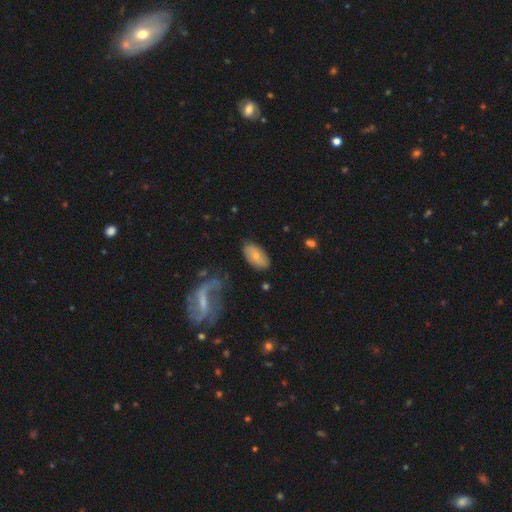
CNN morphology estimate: Smooth or featured? Predicted: smooth (p=0.61). How rounded? Predicted: in between (p=0.93). Merging? Predicted: none (p=0.78).